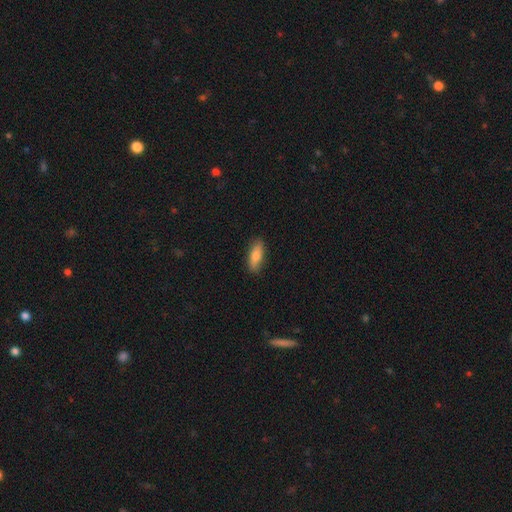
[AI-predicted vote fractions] smooth 78%, featured or disk 16%, star or artifact 6%. Down the decision tree: how rounded — in between (60%); merging — none (85%).